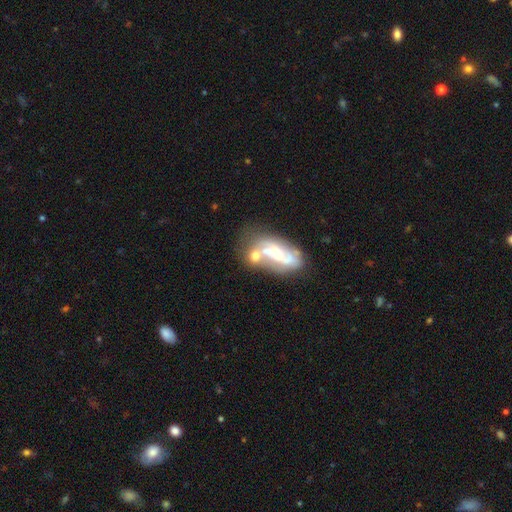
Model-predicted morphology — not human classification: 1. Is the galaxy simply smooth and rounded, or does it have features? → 66% featured or disk, 25% smooth, 9% star or artifact.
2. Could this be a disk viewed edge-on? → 94% no, 6% yes.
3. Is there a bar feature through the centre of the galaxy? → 59% no, 28% weak, 13% strong.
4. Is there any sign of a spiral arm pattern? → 60% yes, 40% no.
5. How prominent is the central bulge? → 38% small, 37% moderate, 14% none, 8% large, 2% dominant.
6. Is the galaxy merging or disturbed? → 37% merger, 31% none, 16% minor disturbance, 16% major disturbance.